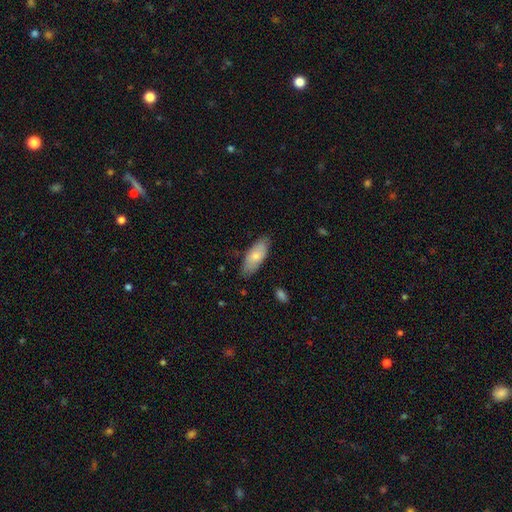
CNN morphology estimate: Smooth or featured? Predicted: smooth (p=0.74). How rounded? Predicted: in between (p=0.82). Merging? Predicted: none (p=0.77).